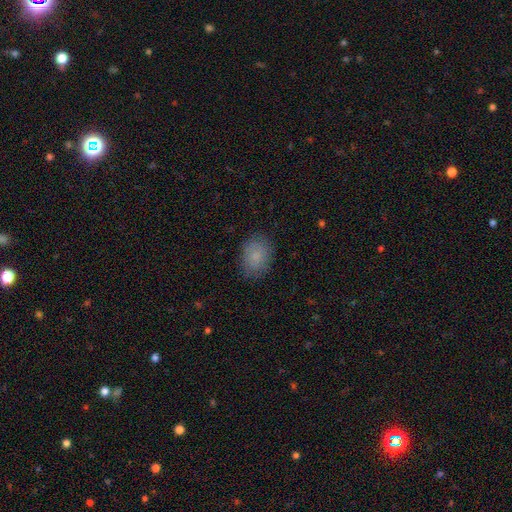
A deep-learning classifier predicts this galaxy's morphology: Smooth or featured? Predicted: smooth (p=0.79). How rounded? Predicted: in between (p=0.69). Merging? Predicted: none (p=0.81).